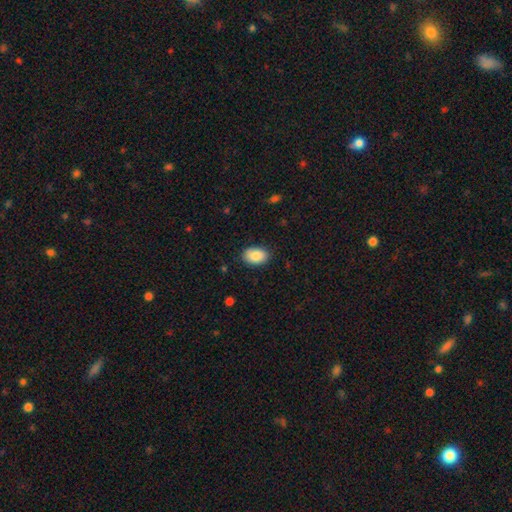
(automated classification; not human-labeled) Smooth or featured?
  - smooth: 87% *
  - star or artifact: 7%
  - featured or disk: 6%
How rounded?
  - in between: 88% *
  - round: 11%
  - cigar-shaped: 1%
Merging?
  - none: 85% *
  - minor disturbance: 12%
  - major disturbance: 2%
  - merger: 1%